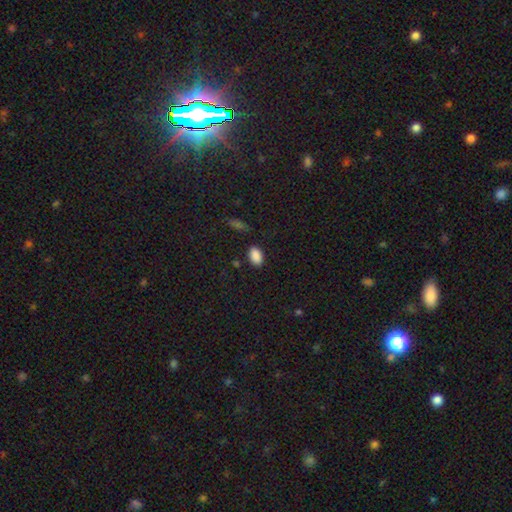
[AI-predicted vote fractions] Smooth or featured?
  - smooth: 88% *
  - star or artifact: 9%
  - featured or disk: 3%
How rounded?
  - in between: 91% *
  - round: 7%
  - cigar-shaped: 2%
Merging?
  - none: 85% *
  - minor disturbance: 11%
  - major disturbance: 3%
  - merger: 2%